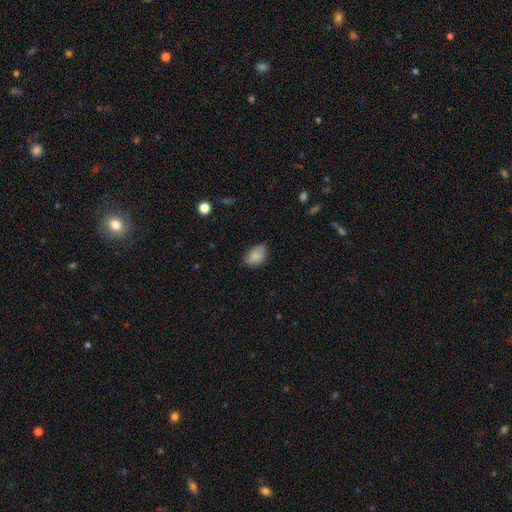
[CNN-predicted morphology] A smooth galaxy with no disk features (84%) that is in between round and cigar-shaped (78%). Merging: none (68%).